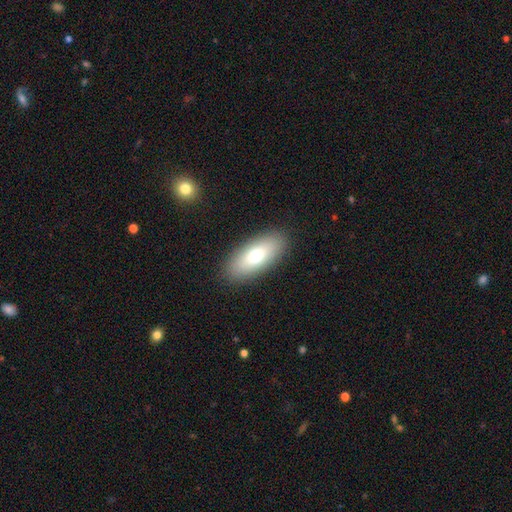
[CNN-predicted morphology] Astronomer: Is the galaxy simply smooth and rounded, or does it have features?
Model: smooth — 72%.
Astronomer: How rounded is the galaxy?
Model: in between — 82%.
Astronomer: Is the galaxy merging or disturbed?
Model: none — 89%.